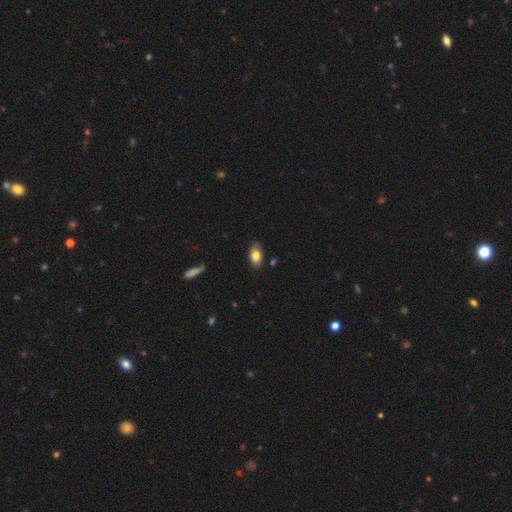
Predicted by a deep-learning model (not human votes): smooth 78%, featured or disk 15%, star or artifact 7%. Down the decision tree: how rounded — in between (92%); merging — none (81%).